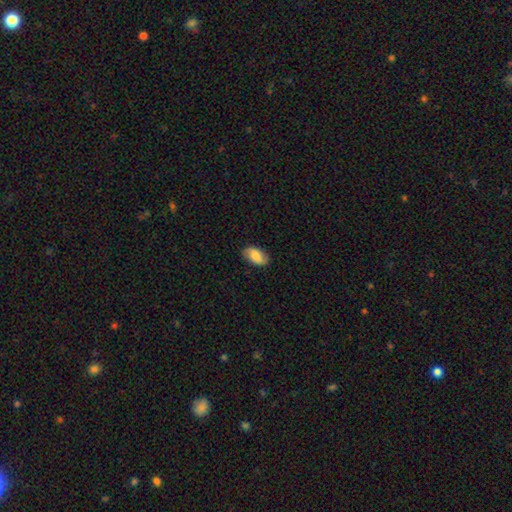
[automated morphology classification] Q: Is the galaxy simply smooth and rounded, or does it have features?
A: smooth — 68%.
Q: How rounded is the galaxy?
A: in between — 93%.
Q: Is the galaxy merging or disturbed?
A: none — 85%.